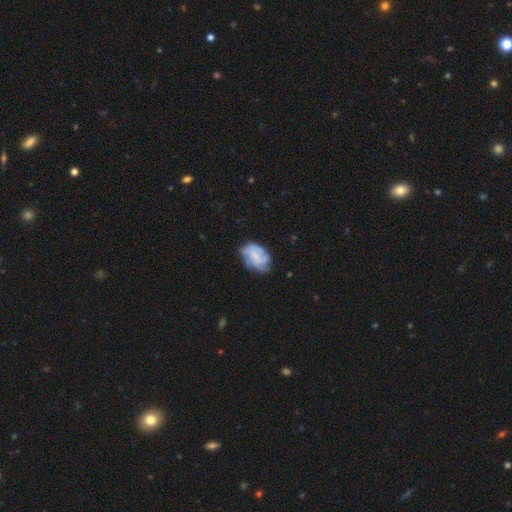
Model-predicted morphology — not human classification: A featured or disk galaxy (59%) with no bar (63%), spiral arms (81%) and a small central bulge (47%).

Vote fractions:
- Smooth or featured? featured or disk: 59% / smooth: 34% / star or artifact: 8%
- Edge-on disk? no: 98% / yes: 2%
- Bar? no: 63% / weak: 32% / strong: 6%
- Spiral arms? yes: 81% / no: 19%
- Bulge size? small: 47% / none: 30% / moderate: 20% / large: 2% / dominant: 1%
- Merging? none: 57% / minor disturbance: 29% / major disturbance: 13% / merger: 2%